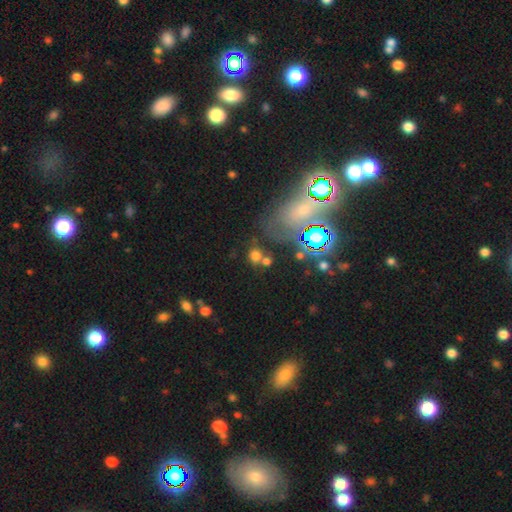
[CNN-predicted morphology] Smooth or featured: smooth — 65% (star or artifact — 24%)
How rounded: round — 77% (in between — 21%)
Merging: none — 58% (merger — 22%)